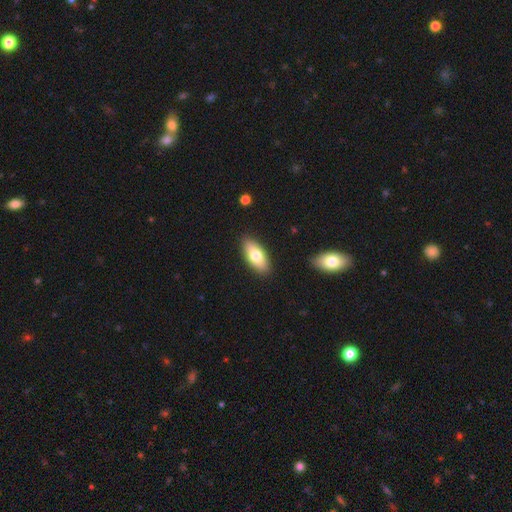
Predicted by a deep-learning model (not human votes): Q: Smooth or featured?
A: smooth (74%); runner-up: featured or disk (20%)
Q: How rounded?
A: in between (86%); runner-up: cigar-shaped (11%)
Q: Merging?
A: none (88%); runner-up: minor disturbance (9%)